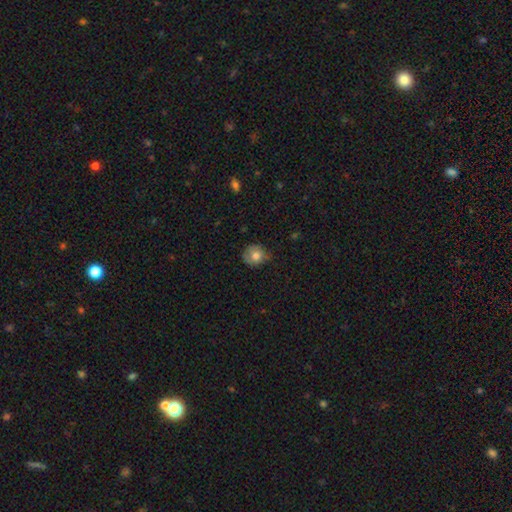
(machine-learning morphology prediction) This appears to be a smooth galaxy with no disk features (73%) that is round (82%). Merging: none (64%).